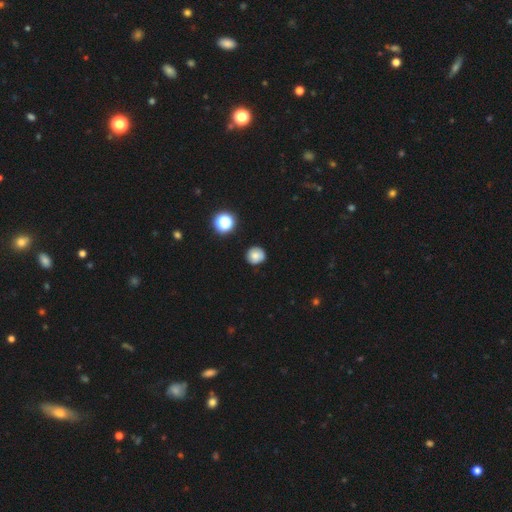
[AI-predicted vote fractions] Q: Smooth or featured?
A: smooth (78%); runner-up: star or artifact (12%)
Q: How rounded?
A: round (92%); runner-up: in between (7%)
Q: Merging?
A: none (86%); runner-up: minor disturbance (11%)